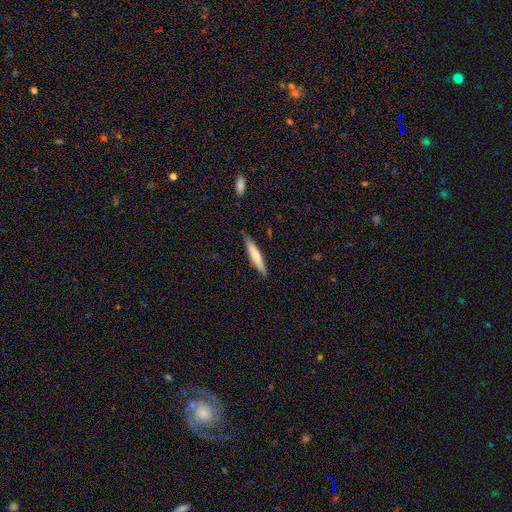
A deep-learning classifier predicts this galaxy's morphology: The model was most divided on "smooth or featured": smooth: 66%, featured or disk: 29%, star or artifact: 5%. More confident: how rounded — cigar-shaped (92%); merging — none (86%).